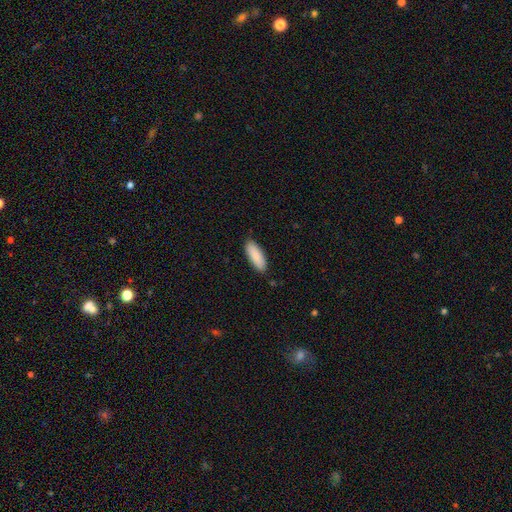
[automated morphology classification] A smooth galaxy with no disk features (89%) that is in between round and cigar-shaped (69%). Merging: none (87%).